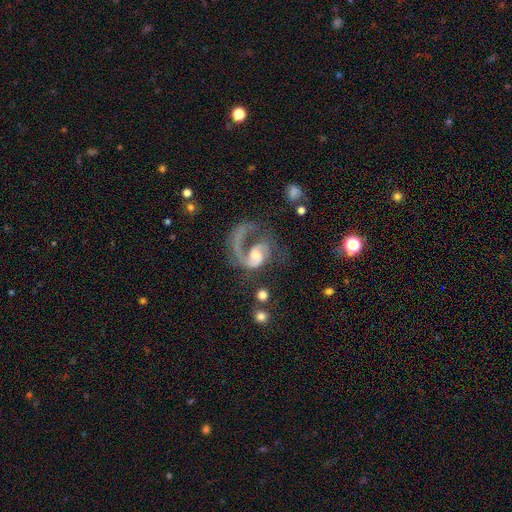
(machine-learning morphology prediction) This is clearly a featured or disk galaxy (84%). It is clearly not viewed edge-on (98%). Bar: possibly no (58%). Spiral arm pattern: clearly yes (94%). Spiral arm count: likely 1 (73%). Spiral winding: possibly loose (49%). Central bulge: possibly moderate (58%). Merging: possibly major disturbance (48%).